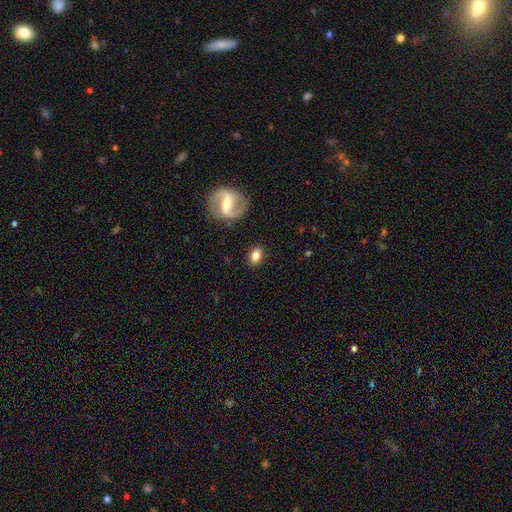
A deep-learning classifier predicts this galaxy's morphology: smooth-or-featured: smooth: 72% | featured or disk: 20% | star or artifact: 8%
  how-rounded: in between: 75% | round: 22% | cigar-shaped: 3%
  merging: none: 85% | minor disturbance: 10% | major disturbance: 3% | merger: 2%